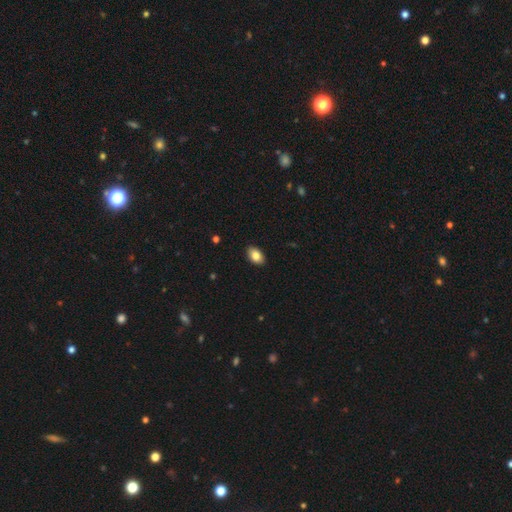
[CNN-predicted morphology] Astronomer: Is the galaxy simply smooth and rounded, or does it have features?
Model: smooth — 85%.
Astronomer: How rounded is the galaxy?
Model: in between — 89%.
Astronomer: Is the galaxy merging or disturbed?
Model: none — 90%.